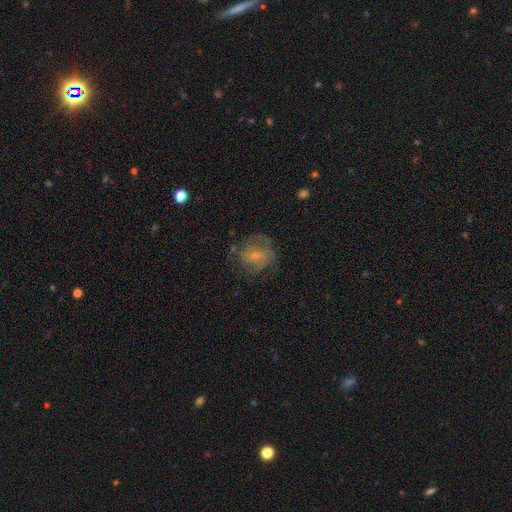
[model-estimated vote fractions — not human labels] The model was most divided on "smooth or featured": featured or disk: 50%, smooth: 40%, star or artifact: 11%. More confident: merging — none (55%).